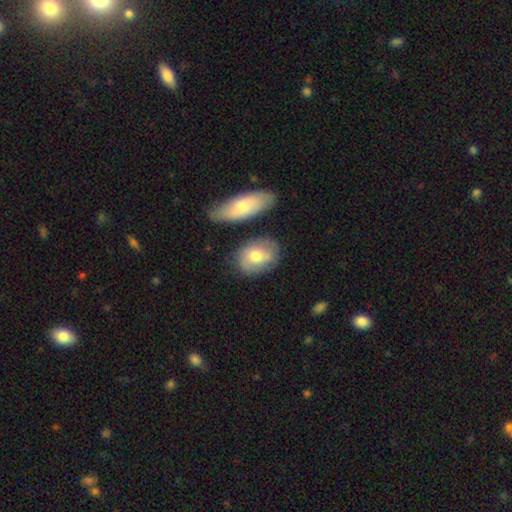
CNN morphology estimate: This appears to be a smooth galaxy with no disk features (66%) that is in between round and cigar-shaped (66%). Merging: none (68%).